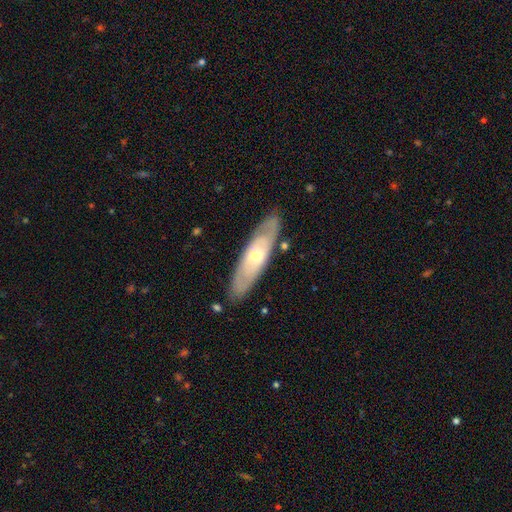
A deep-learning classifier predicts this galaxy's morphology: A featured or disk galaxy (59%). Merging: none (84%).